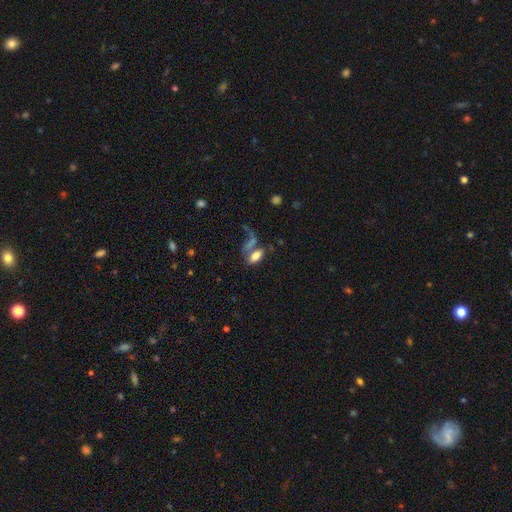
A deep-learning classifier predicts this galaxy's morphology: Overall: smooth (77%). How rounded: in between (86%). Merging: none (46%; merger 31%).